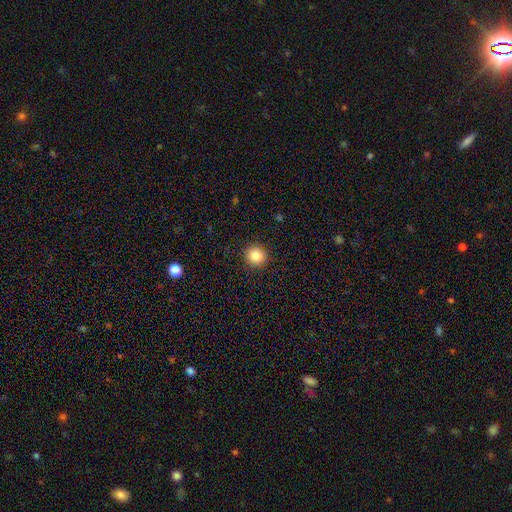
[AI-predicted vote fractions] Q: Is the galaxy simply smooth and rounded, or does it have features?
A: smooth — 85%.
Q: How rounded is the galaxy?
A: round — 91%.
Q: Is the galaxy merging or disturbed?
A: none — 91%.